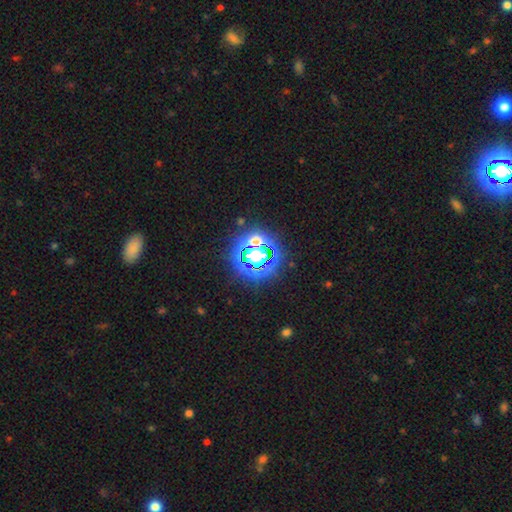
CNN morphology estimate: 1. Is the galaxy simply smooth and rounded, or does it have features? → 69% star or artifact, 20% smooth, 11% featured or disk.